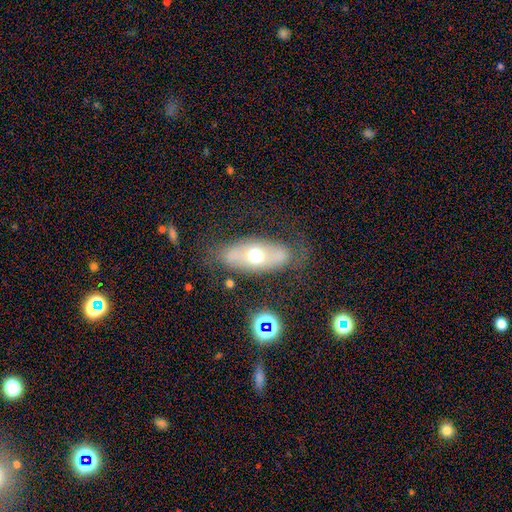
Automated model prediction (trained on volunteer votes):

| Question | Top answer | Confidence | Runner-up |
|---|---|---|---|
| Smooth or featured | smooth | 47% | featured or disk (44%) |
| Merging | none | 73% | minor disturbance (16%) |